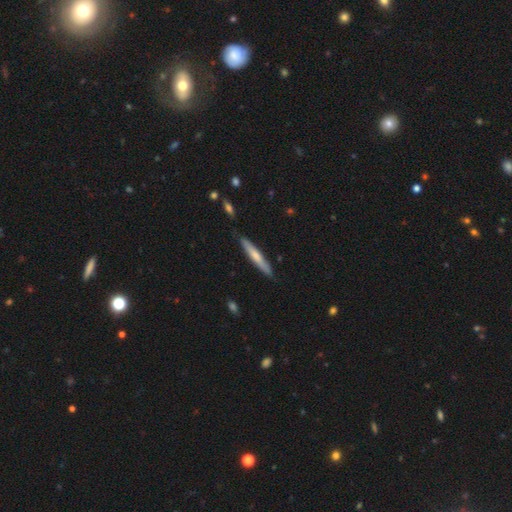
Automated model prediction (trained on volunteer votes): smooth 61%, featured or disk 34%, star or artifact 5%. Down the decision tree: how rounded — cigar-shaped (94%); merging — none (85%).